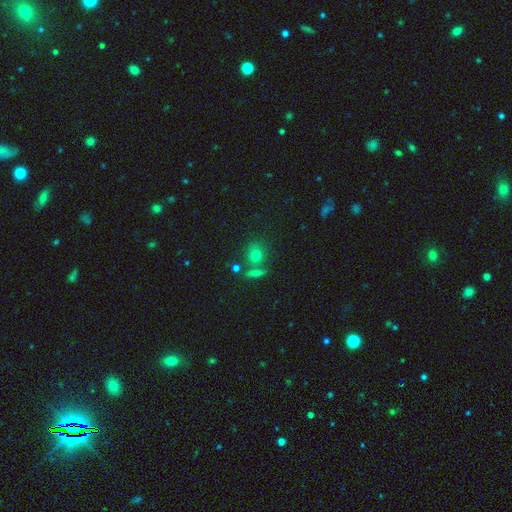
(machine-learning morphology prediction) smooth-or-featured: smooth: 71% | star or artifact: 17% | featured or disk: 12%
  how-rounded: round: 77% | in between: 20% | cigar-shaped: 2%
  merging: none: 61% | merger: 23% | minor disturbance: 12% | major disturbance: 5%